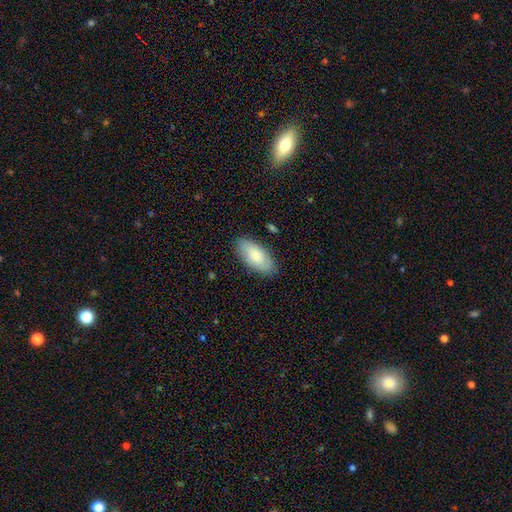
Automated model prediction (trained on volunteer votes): This appears to be a smooth galaxy with no disk features (81%) that is in between round and cigar-shaped (91%). Merging: none (84%).